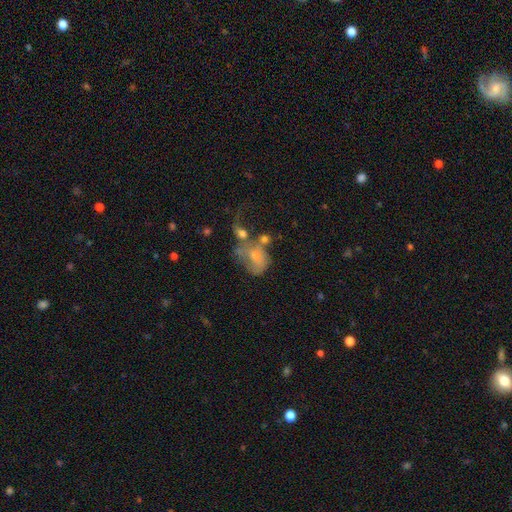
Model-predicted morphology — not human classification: type=smooth (53%); roundness=in between (63%); merging=major disturbance (35%).